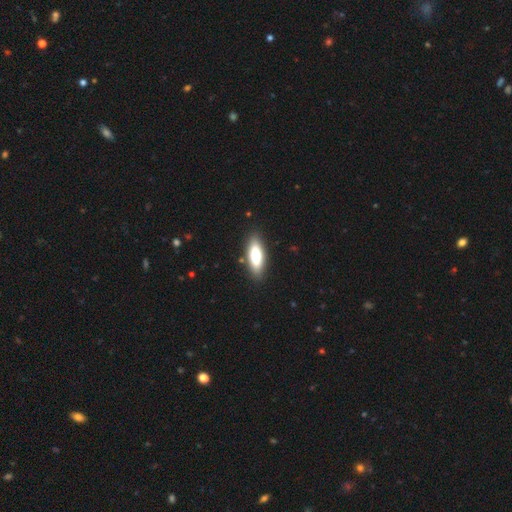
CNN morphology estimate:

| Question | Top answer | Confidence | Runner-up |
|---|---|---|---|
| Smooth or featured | smooth | 71% | featured or disk (23%) |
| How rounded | in between | 67% | cigar-shaped (31%) |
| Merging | none | 87% | minor disturbance (10%) |